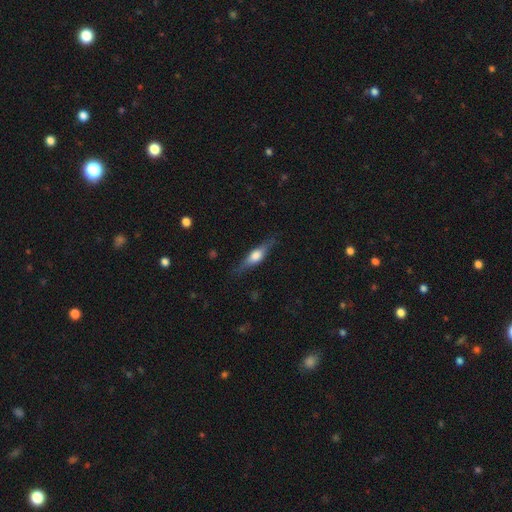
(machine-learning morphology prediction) A featured or disk galaxy (56%) viewed edge-on (94%) with a rounded central bulge (88%). Merging: none (80%).